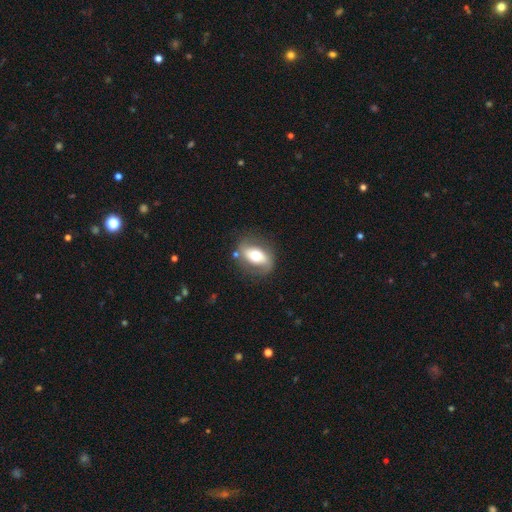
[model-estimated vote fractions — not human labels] Smooth or featured? Predicted: featured or disk (p=0.58). Edge-on disk? Predicted: no (p=0.92). Bar? Predicted: no (p=0.43). Spiral arms? Predicted: yes (p=0.66). Bulge size? Predicted: moderate (p=0.64). Merging? Predicted: none (p=0.72).